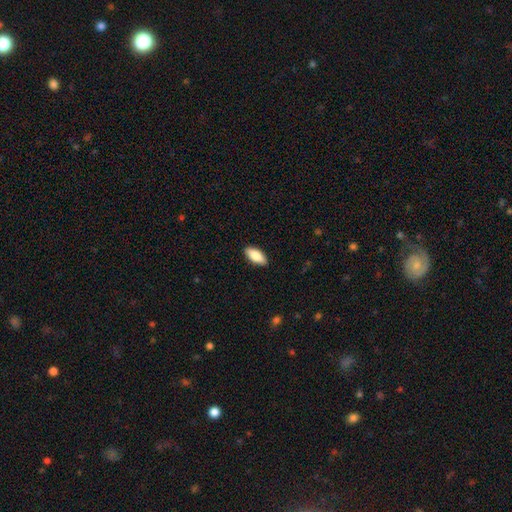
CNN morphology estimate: Smooth or featured: smooth — 82% (featured or disk — 13%)
How rounded: in between — 83% (cigar-shaped — 15%)
Merging: none — 90% (minor disturbance — 8%)